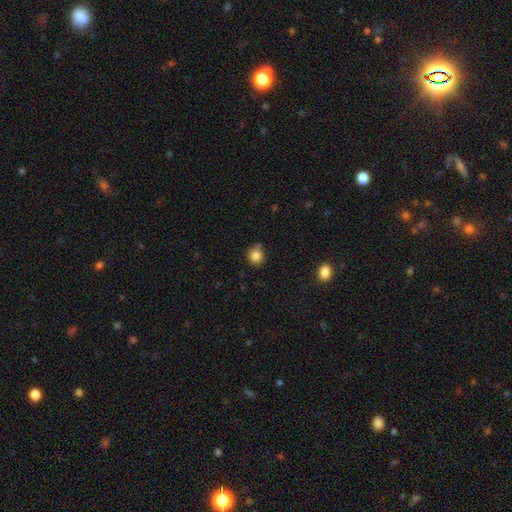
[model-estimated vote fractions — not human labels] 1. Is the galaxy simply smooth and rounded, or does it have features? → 83% smooth, 11% star or artifact, 6% featured or disk.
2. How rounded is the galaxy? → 80% round, 19% in between, 1% cigar-shaped.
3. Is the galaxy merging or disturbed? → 65% none, 27% minor disturbance, 4% major disturbance, 4% merger.